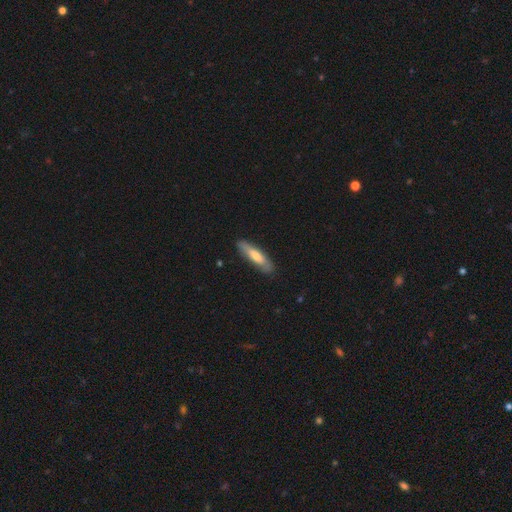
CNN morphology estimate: This is likely a smooth galaxy (64%). How rounded: likely cigar-shaped (74%). Merging: clearly none (83%).